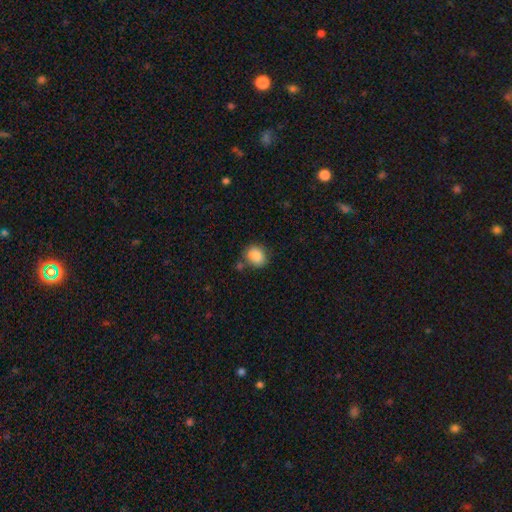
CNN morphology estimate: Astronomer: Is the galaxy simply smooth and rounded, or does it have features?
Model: smooth — 87%.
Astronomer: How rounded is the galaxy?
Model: round — 59% (runner-up: in between, 40%).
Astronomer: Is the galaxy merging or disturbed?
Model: none — 69%.